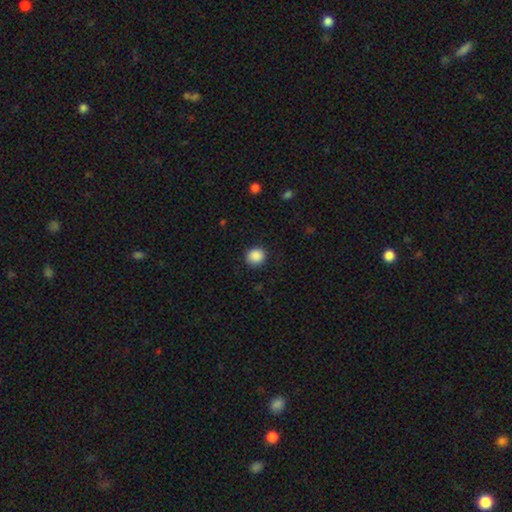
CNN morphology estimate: This appears to be a smooth galaxy with no disk features (89%) that is round (87%). Merging: none (89%).